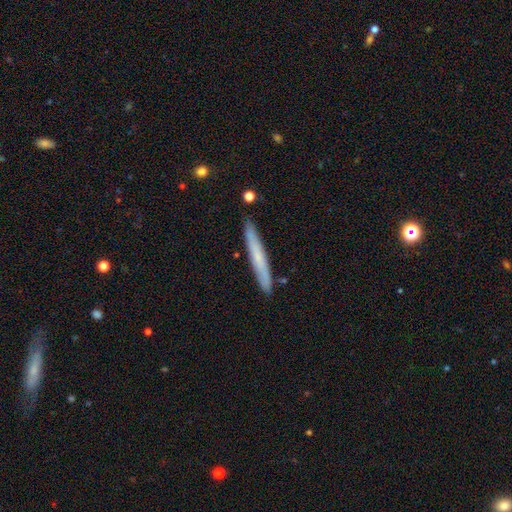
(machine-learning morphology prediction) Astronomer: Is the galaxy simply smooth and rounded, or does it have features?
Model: smooth — 50% (runner-up: featured or disk, 41%).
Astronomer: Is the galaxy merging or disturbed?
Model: none — 88%.